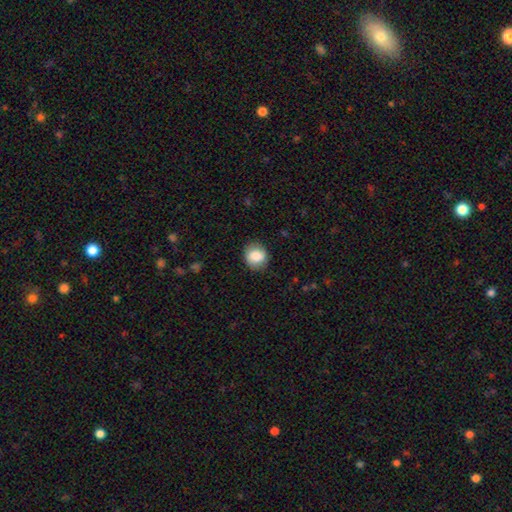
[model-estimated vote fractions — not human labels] Q: Smooth or featured?
A: smooth (84%); runner-up: star or artifact (8%)
Q: How rounded?
A: round (79%); runner-up: in between (20%)
Q: Merging?
A: none (84%); runner-up: minor disturbance (12%)